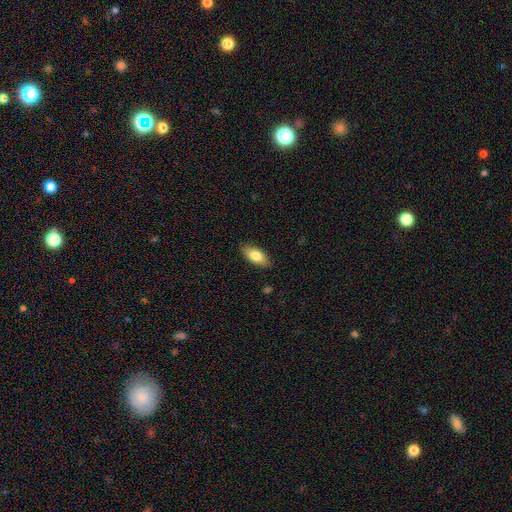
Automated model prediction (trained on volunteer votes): Smooth or featured? smooth (79%)
How rounded? in between (88%)
Merging? none (87%)